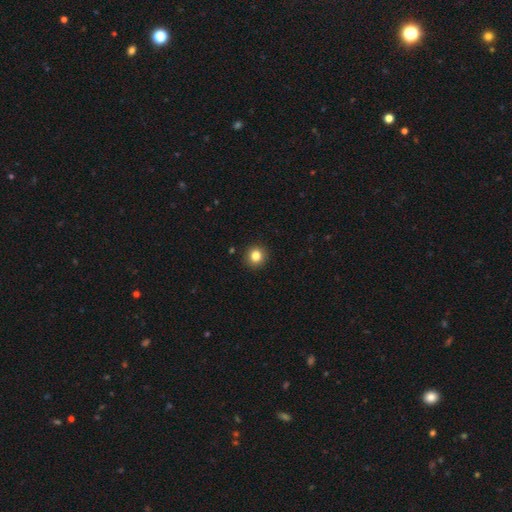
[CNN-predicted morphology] Smooth or featured? smooth (84%)
How rounded? round (91%)
Merging? none (92%)